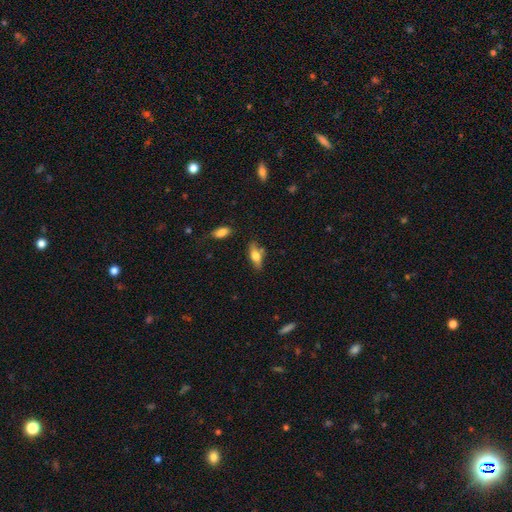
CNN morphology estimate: smooth-or-featured: smooth: 63% | featured or disk: 29% | star or artifact: 8%
  how-rounded: in between: 68% | cigar-shaped: 29% | round: 4%
  merging: none: 68% | minor disturbance: 20% | merger: 8% | major disturbance: 5%